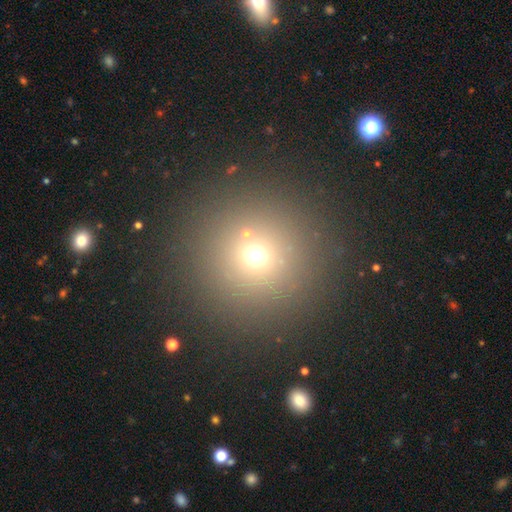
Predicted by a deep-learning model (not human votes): This is likely a smooth galaxy (62%). How rounded: clearly round (95%). Merging: clearly none (86%).